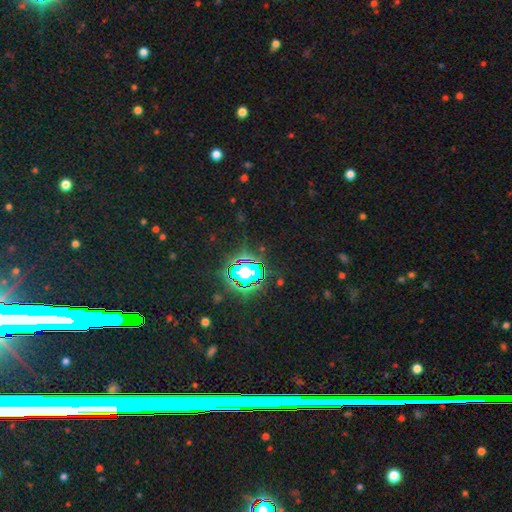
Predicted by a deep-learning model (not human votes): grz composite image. It shows a star or artifact, not a galaxy (82%).